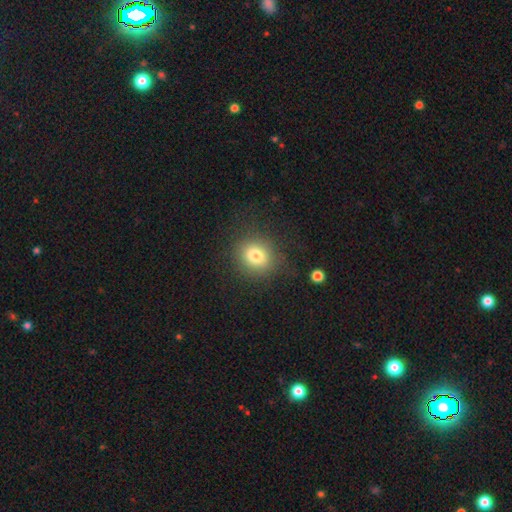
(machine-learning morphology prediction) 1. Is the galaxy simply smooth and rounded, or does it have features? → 78% smooth, 13% star or artifact, 10% featured or disk.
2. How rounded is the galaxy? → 78% round, 21% in between, 1% cigar-shaped.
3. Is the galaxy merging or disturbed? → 84% none, 10% minor disturbance, 5% major disturbance, 2% merger.